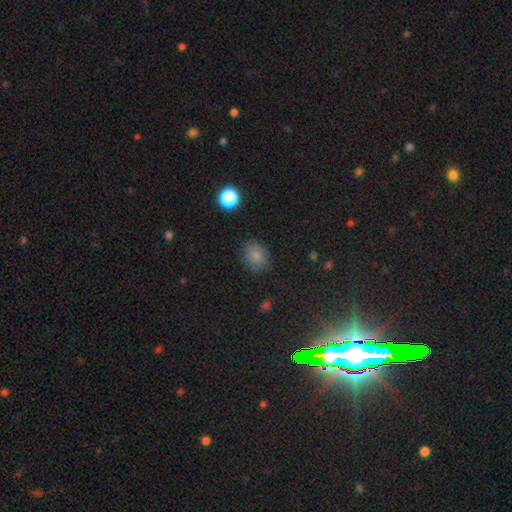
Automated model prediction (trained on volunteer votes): This is clearly a smooth galaxy (83%). How rounded: possibly in between (56%). Merging: clearly none (82%).